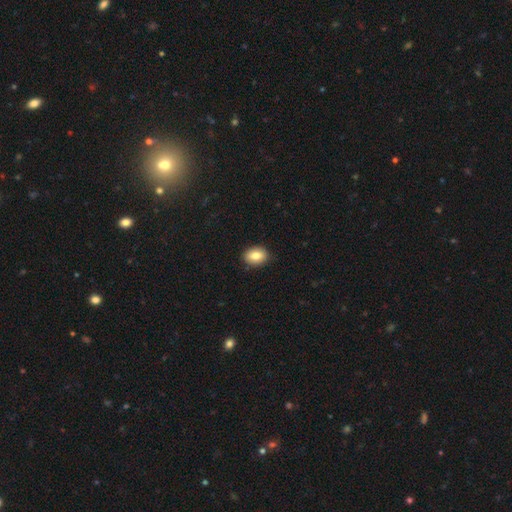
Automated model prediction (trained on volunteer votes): A smooth galaxy with no disk features (83%) that is in between round and cigar-shaped (74%).

Vote fractions:
- Smooth or featured? smooth: 83% / featured or disk: 9% / star or artifact: 8%
- How rounded? in between: 74% / round: 25% / cigar-shaped: 1%
- Merging? none: 88% / minor disturbance: 9% / major disturbance: 2% / merger: 1%